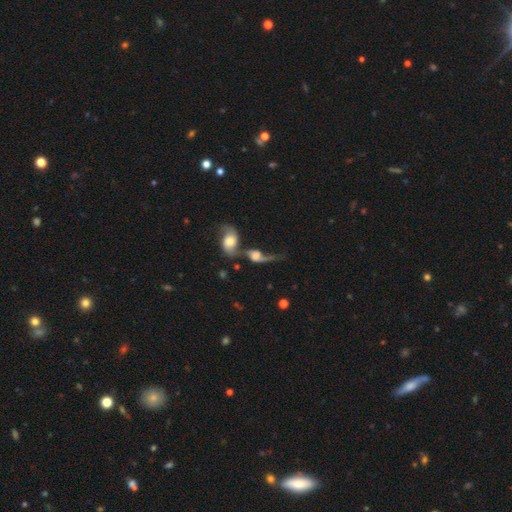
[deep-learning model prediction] smooth-or-featured: featured or disk: 61% | smooth: 29% | star or artifact: 9%
  disk-edge-on: no: 84% | yes: 16%
    bar: no: 64% | weak: 28% | strong: 7%
    has-spiral-arms: yes: 81% | no: 19%
    bulge-size: moderate: 35% | large: 30% | small: 16% | none: 12% | dominant: 7%
  merging: merger: 58% | major disturbance: 17% | none: 16% | minor disturbance: 9%